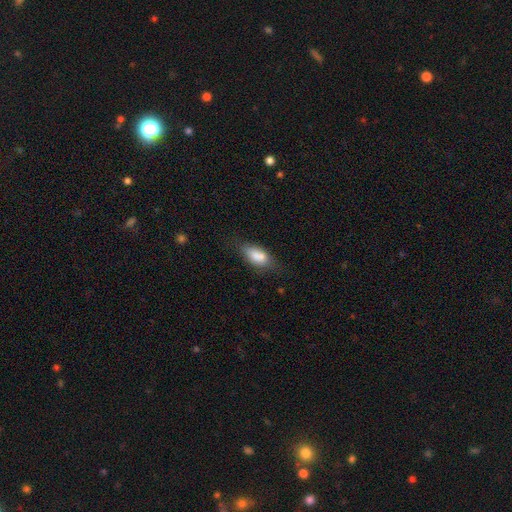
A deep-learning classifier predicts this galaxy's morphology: Q: Smooth or featured?
A: smooth (81%); runner-up: featured or disk (11%)
Q: How rounded?
A: in between (85%); runner-up: cigar-shaped (11%)
Q: Merging?
A: none (61%); runner-up: minor disturbance (27%)